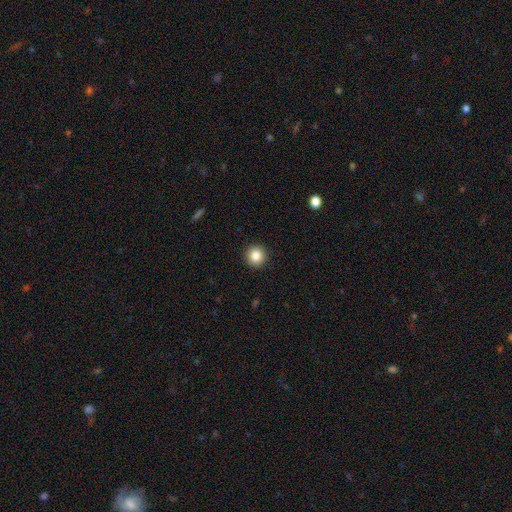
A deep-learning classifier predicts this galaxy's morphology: This appears to be a smooth galaxy with no disk features (84%) that is round (95%). Merging: none (93%).